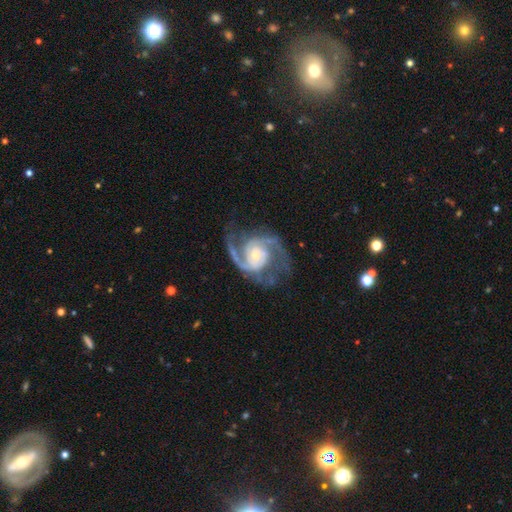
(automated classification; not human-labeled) Overall: featured or disk (92%). Edge-on disk: no (98%). Bar: no (63%; weak 29%). Spiral arms: yes (98%). Spiral arm count: 2 (83%). Spiral winding: medium (56%; tight 28%). Bulge size: small (54%; moderate 35%). Merging: none (68%).